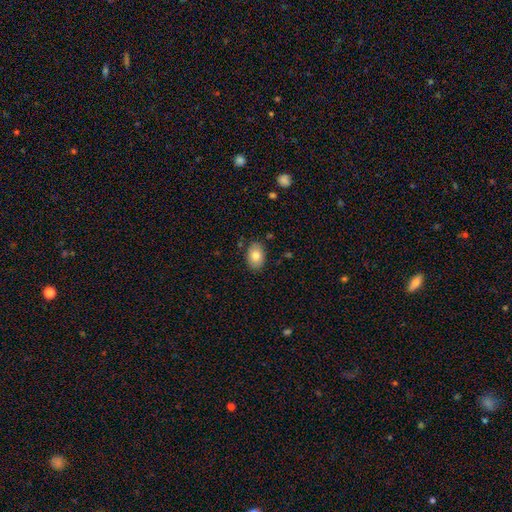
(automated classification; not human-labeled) Morphology: type=smooth (80%); roundness=in between (83%); merging=none (86%).